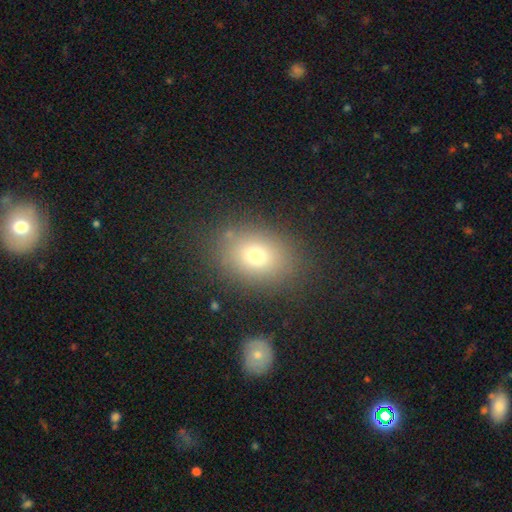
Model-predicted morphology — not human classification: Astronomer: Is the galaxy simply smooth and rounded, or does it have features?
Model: smooth — 73%.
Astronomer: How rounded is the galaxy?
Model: in between — 63%.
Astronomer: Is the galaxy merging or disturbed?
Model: none — 81%.